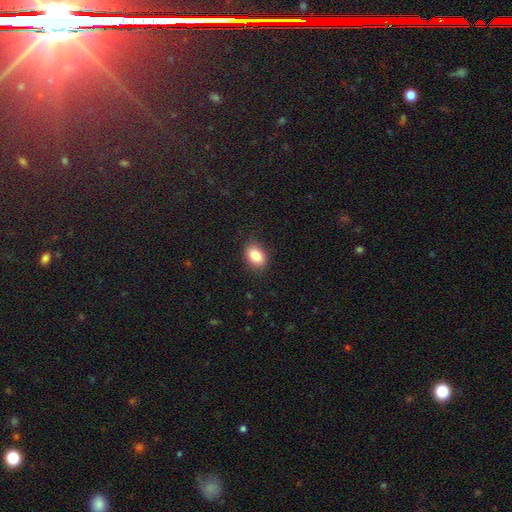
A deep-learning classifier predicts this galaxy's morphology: Smooth or featured? smooth (85%)
How rounded? in between (80%)
Merging? none (87%)